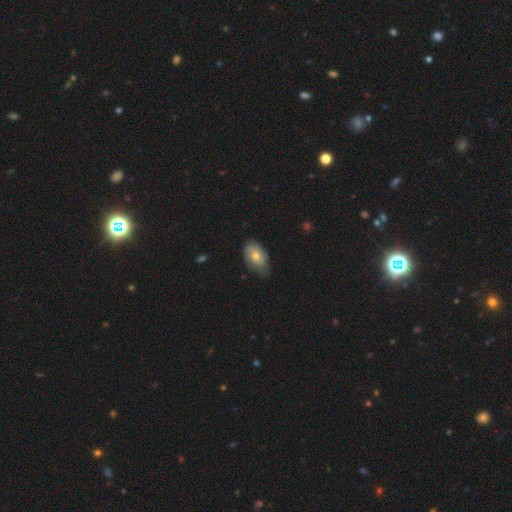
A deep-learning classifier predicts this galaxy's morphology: This is likely a smooth galaxy (62%). How rounded: clearly in between (90%). Merging: likely none (62%).